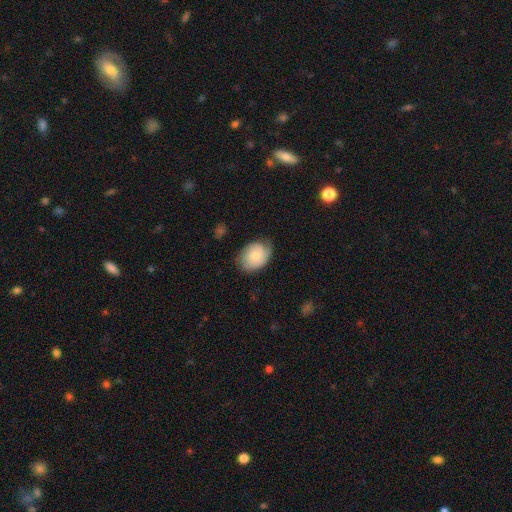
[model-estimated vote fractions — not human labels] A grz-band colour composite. It shows a smooth galaxy with no disk features (58%) that is in between round and cigar-shaped (69%). Merging: none (63%).